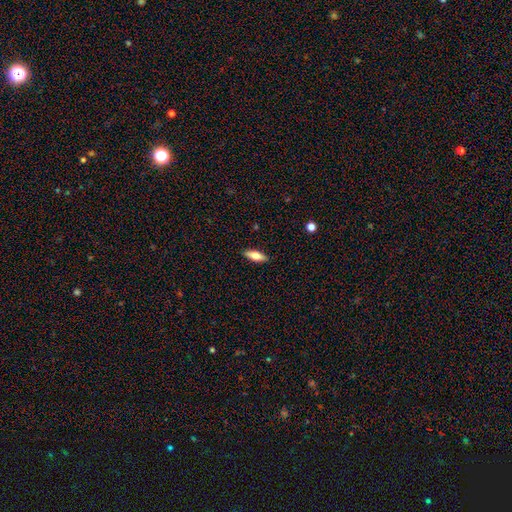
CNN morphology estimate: smooth-or-featured: smooth: 66% | featured or disk: 28% | star or artifact: 6%
  how-rounded: in between: 60% | cigar-shaped: 37% | round: 2%
  merging: none: 89% | minor disturbance: 8% | major disturbance: 2% | merger: 1%